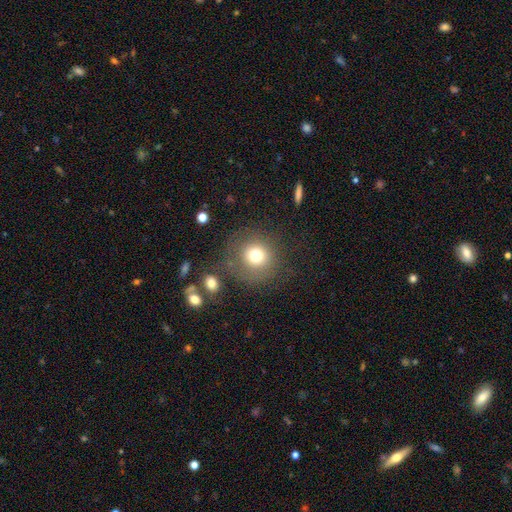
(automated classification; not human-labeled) The model was most divided on "merging": none: 75%, minor disturbance: 12%, major disturbance: 8%, merger: 5%. More confident: how rounded — round (92%); smooth or featured — smooth (75%).